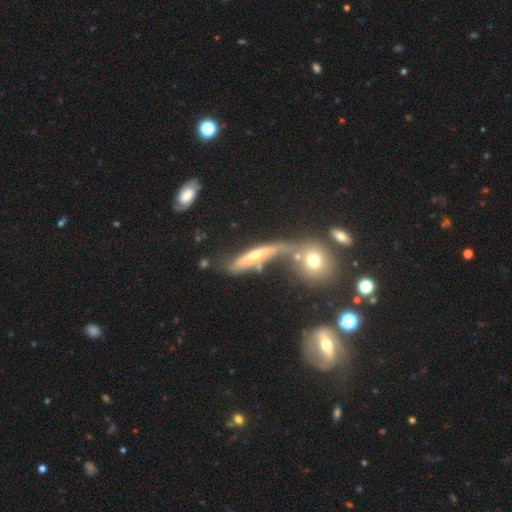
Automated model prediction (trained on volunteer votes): The model was most divided on "merging" (2-way tie): merger: 34%, none: 34%, minor disturbance: 17%, major disturbance: 14%. More confident: edge-on disk — yes (66%); smooth or featured — featured or disk (54%).